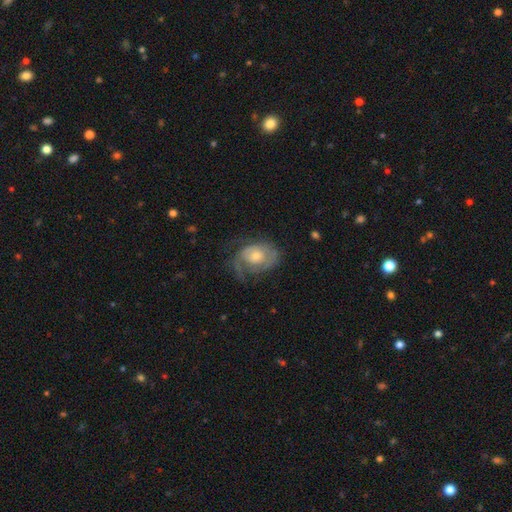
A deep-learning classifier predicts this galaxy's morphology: A featured or disk galaxy (70%) with no bar (74%), 2 (40%) tight (44%) spiral arms (85%) and a moderate central bulge (59%). Merging: none (52%).